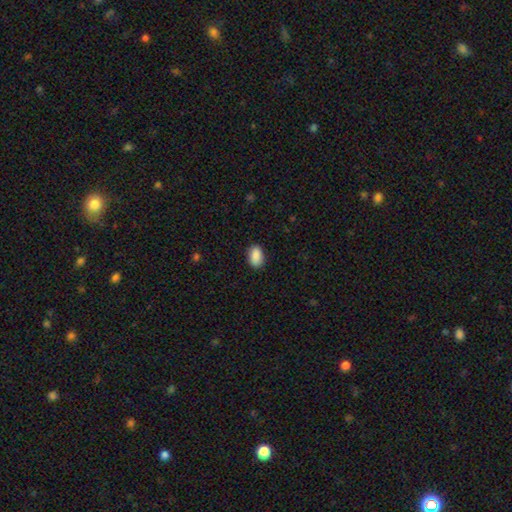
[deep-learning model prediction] smooth 90%, star or artifact 7%, featured or disk 3%. Down the decision tree: how rounded — in between (90%); merging — none (88%).